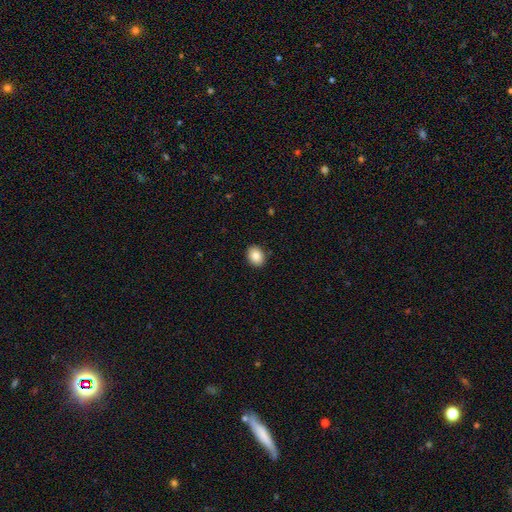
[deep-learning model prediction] smooth-or-featured: smooth: 86% | star or artifact: 8% | featured or disk: 6%
  how-rounded: in between: 54% | round: 45% | cigar-shaped: 1%
  merging: none: 91% | minor disturbance: 7% | major disturbance: 2% | merger: 1%